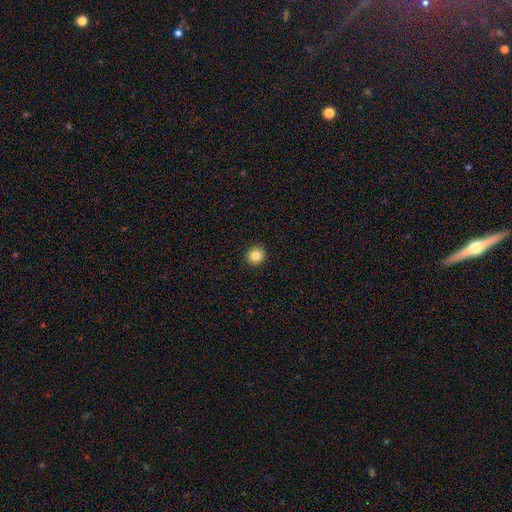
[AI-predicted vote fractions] smooth_or_featured: smooth (p=0.83) [alt: star or artifact p=0.10]
how_rounded: round (p=0.90) [alt: in between p=0.09]
merging: none (p=0.93) [alt: minor disturbance p=0.05]